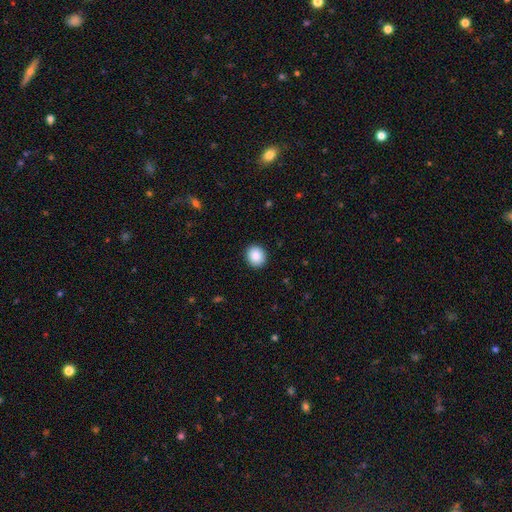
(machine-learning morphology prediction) Overall: smooth (89%). How rounded: round (77%). Merging: none (91%).